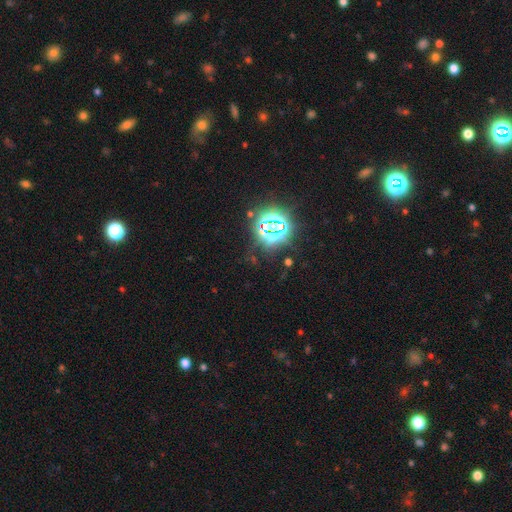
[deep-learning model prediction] A star or artifact, not a galaxy (81%).